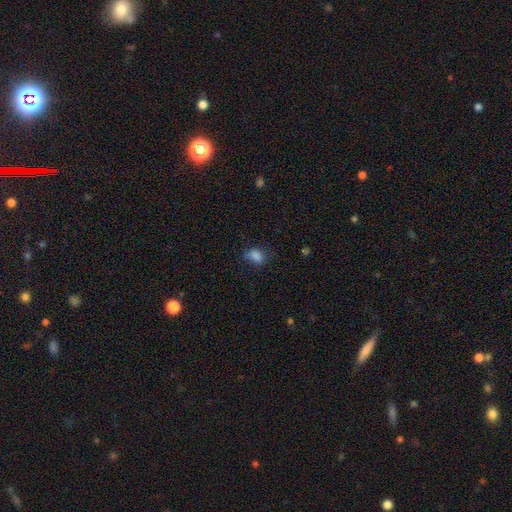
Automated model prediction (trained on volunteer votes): A smooth galaxy with no disk features (81%) that is in between round and cigar-shaped (73%).

Vote fractions:
- Smooth or featured? smooth: 81% / star or artifact: 11% / featured or disk: 8%
- How rounded? in between: 73% / round: 25% / cigar-shaped: 2%
- Merging? none: 52% / minor disturbance: 30% / major disturbance: 14% / merger: 4%